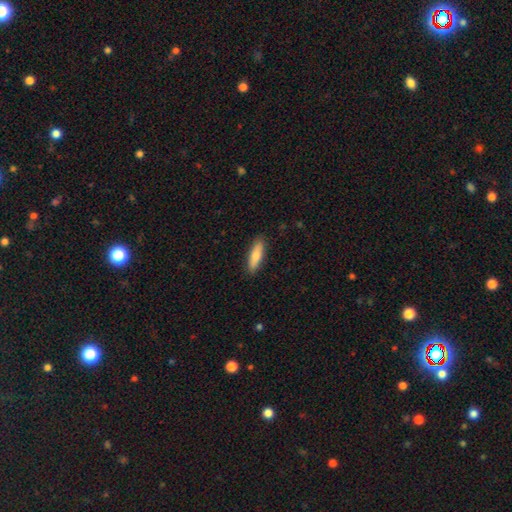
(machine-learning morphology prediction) type=smooth (77%); roundness=cigar-shaped (58%); merging=none (88%).